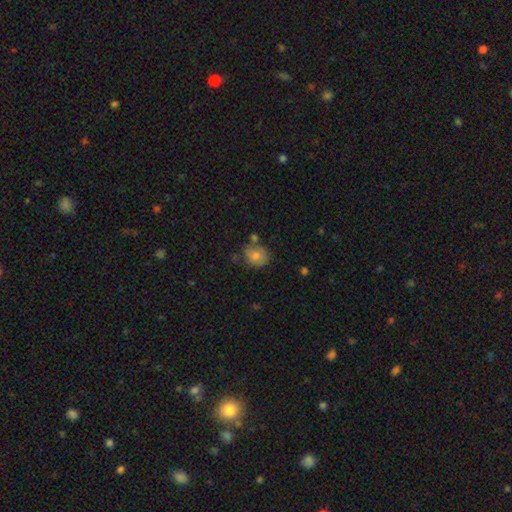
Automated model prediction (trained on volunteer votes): Smooth or featured? Predicted: smooth (p=0.71). How rounded? Predicted: round (p=0.74). Merging? Predicted: none (p=0.66).